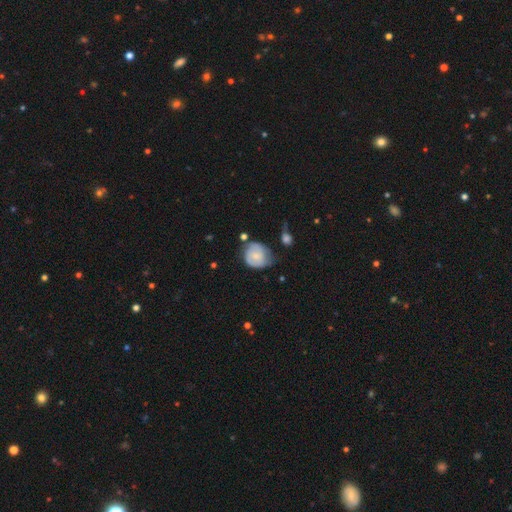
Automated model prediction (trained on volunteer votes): Smooth or featured?
  - smooth: 57% *
  - featured or disk: 37%
  - star or artifact: 7%
How rounded?
  - round: 71% *
  - in between: 28%
  - cigar-shaped: 1%
Merging?
  - none: 39% *
  - minor disturbance: 38%
  - major disturbance: 16%
  - merger: 7%